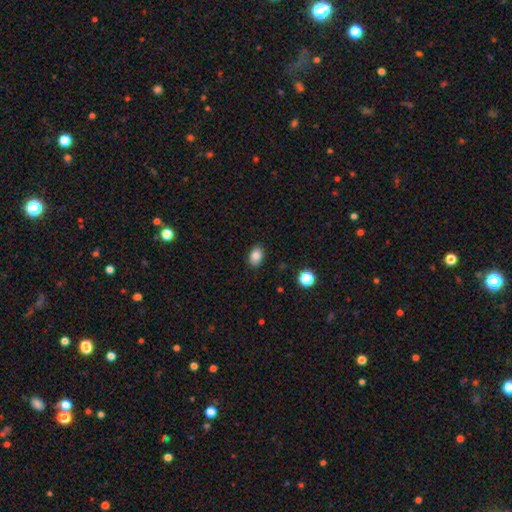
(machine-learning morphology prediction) The model was most divided on "how rounded": in between: 82%, round: 17%, cigar-shaped: 1%. More confident: merging — none (88%); smooth or featured — smooth (85%).